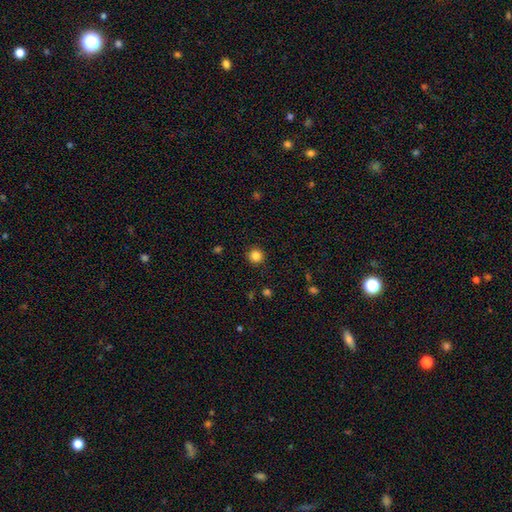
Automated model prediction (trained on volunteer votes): This appears to be a smooth galaxy with no disk features (85%) that is round (94%). Merging: none (92%).